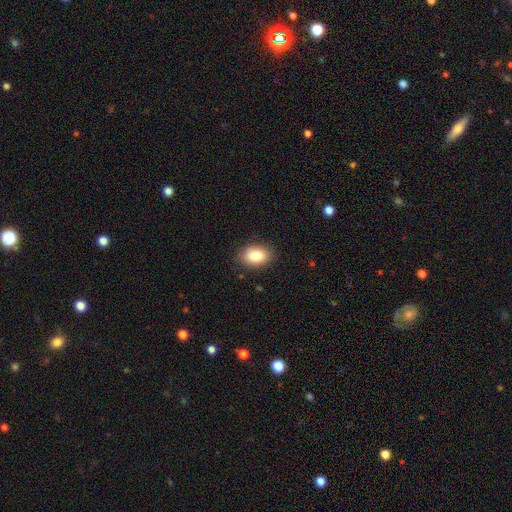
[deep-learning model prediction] This appears to be a smooth galaxy with no disk features (84%) that is in between round and cigar-shaped (83%). Merging: none (86%).